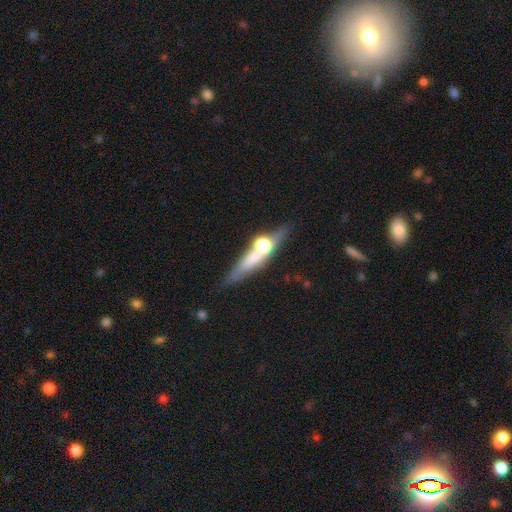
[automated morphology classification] type=featured or disk (57%); edge-on=yes (88%); edge-on bulge=rounded (86%); merging=none (64%).